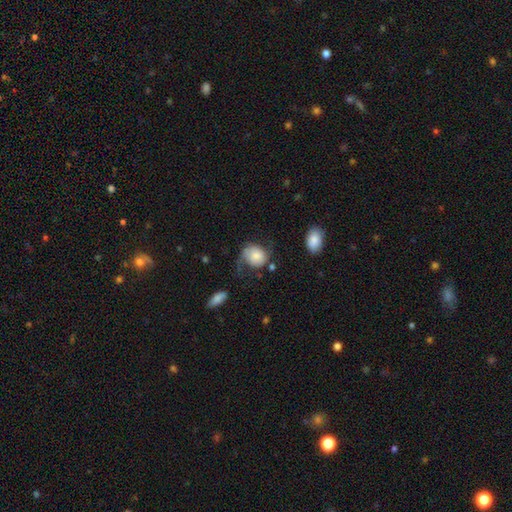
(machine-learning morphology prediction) Smooth or featured? smooth (65%)
How rounded? round (60%)
Merging? none (37%)